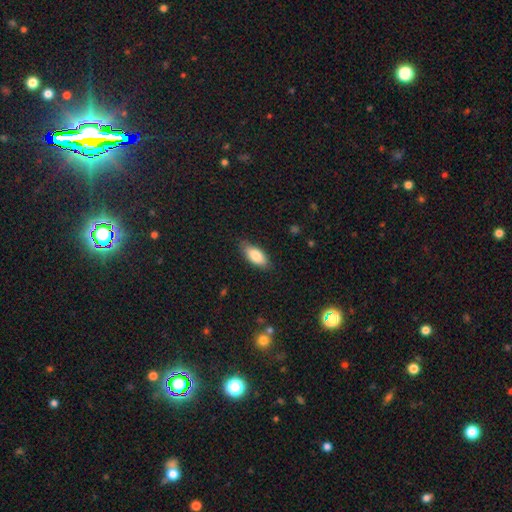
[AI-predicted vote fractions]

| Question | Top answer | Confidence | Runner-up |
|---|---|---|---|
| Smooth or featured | smooth | 81% | featured or disk (13%) |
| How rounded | in between | 85% | cigar-shaped (13%) |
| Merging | none | 82% | minor disturbance (15%) |